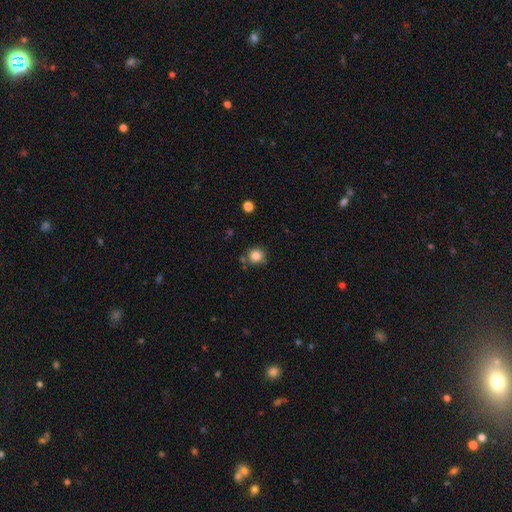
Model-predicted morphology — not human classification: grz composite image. It shows a smooth galaxy with no disk features (83%) that is round (91%). Merging: none (75%).